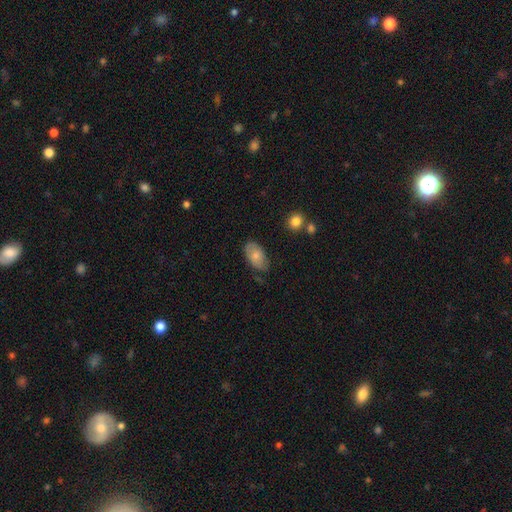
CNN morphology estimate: This is likely a smooth galaxy (74%). How rounded: clearly in between (93%). Merging: likely none (69%).